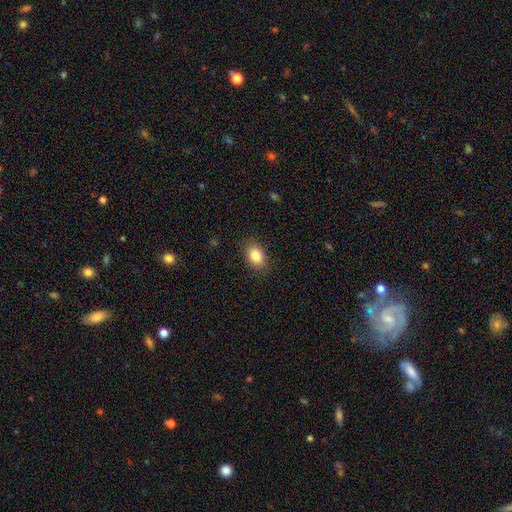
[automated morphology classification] A smooth galaxy with no disk features (85%) that is in between round and cigar-shaped (81%).

Vote fractions:
- Smooth or featured? smooth: 85% / star or artifact: 8% / featured or disk: 7%
- How rounded? in between: 81% / round: 18% / cigar-shaped: 1%
- Merging? none: 87% / minor disturbance: 10% / major disturbance: 3% / merger: 1%